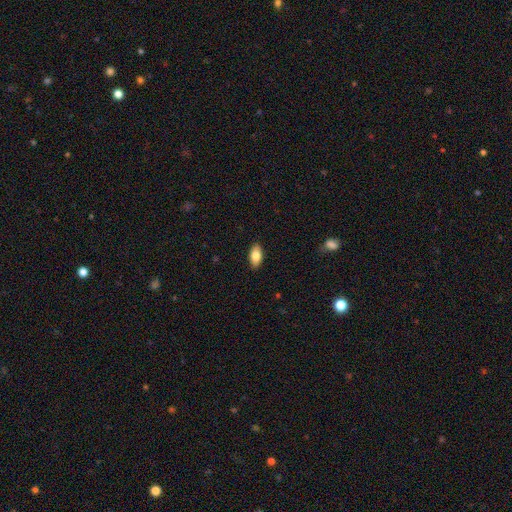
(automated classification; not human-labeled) Smooth or featured? smooth (81%)
How rounded? in between (91%)
Merging? none (89%)